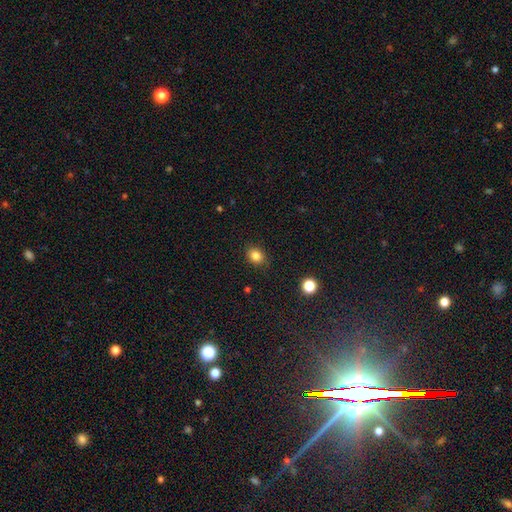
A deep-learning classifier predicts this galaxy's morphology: This is clearly a smooth galaxy (83%). How rounded: possibly round (57%). Merging: clearly none (87%).